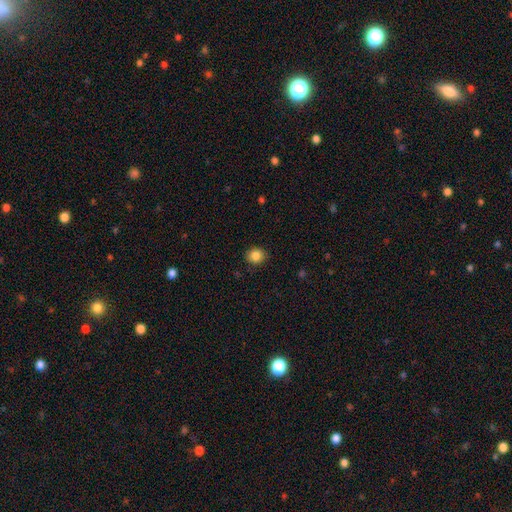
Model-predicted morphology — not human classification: The model was most divided on "how rounded": round: 77%, in between: 22%, cigar-shaped: 1%. More confident: merging — none (88%); smooth or featured — smooth (85%).